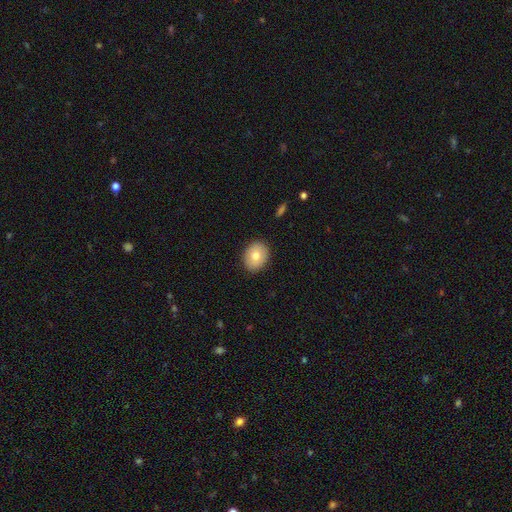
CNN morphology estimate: smooth_or_featured: smooth (p=0.78) [alt: featured or disk p=0.14]
how_rounded: round (p=0.50) [alt: in between p=0.49]
merging: none (p=0.89) [alt: minor disturbance p=0.08]